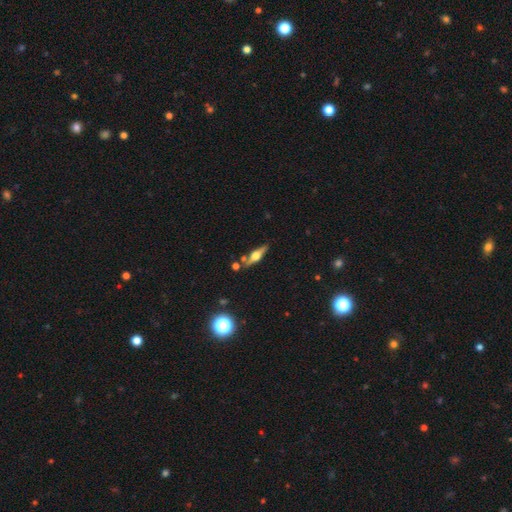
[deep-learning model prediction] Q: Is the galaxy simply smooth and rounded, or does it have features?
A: featured or disk — 70%.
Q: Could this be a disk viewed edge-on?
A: yes — 95%.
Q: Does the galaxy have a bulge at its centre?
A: rounded — 93%.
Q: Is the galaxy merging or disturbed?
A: none — 78%.